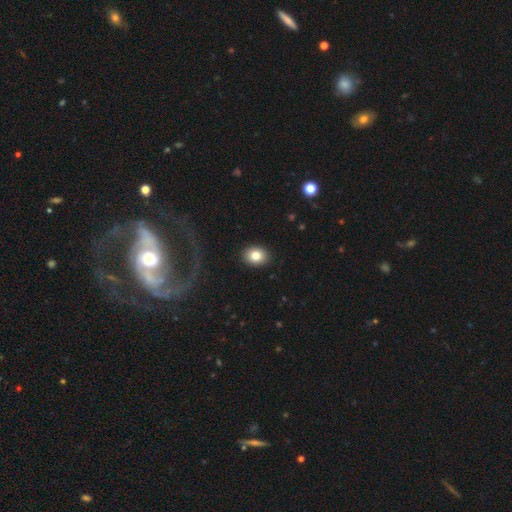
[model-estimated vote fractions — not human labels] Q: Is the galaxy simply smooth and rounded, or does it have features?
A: smooth — 82%.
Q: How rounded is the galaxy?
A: in between — 50%.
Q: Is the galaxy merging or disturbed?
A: none — 91%.